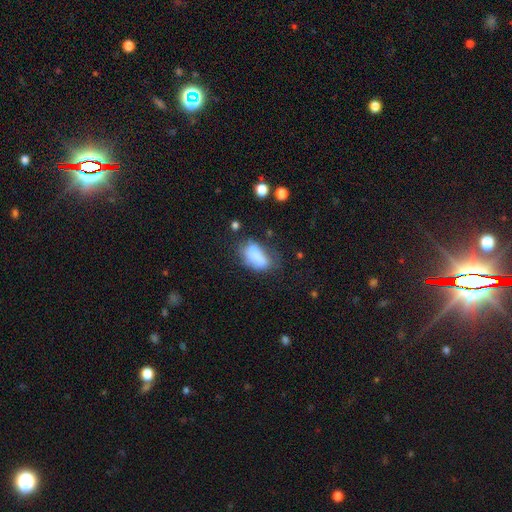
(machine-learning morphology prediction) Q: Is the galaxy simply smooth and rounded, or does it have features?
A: smooth — 74%.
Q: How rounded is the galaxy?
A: in between — 85%.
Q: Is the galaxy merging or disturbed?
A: none — 39%.